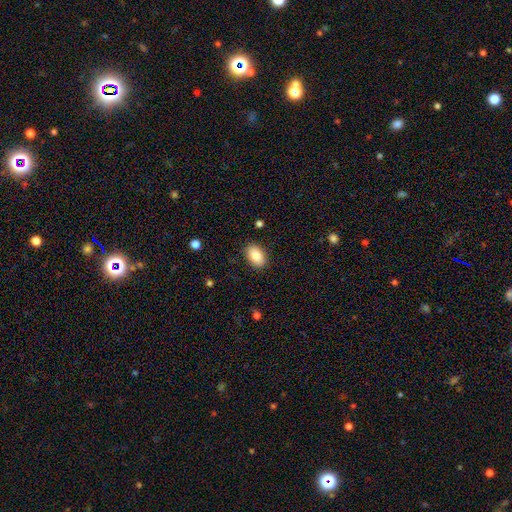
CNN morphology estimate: A smooth galaxy with no disk features (86%) that is in between round and cigar-shaped (92%). Merging: none (88%).